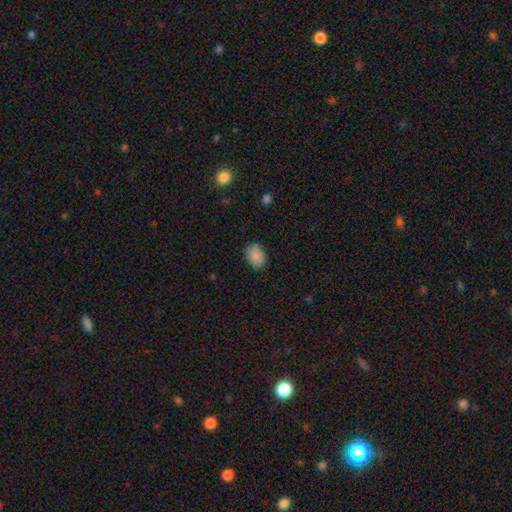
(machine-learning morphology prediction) Q: Smooth or featured?
A: smooth (88%); runner-up: star or artifact (8%)
Q: How rounded?
A: in between (73%); runner-up: round (26%)
Q: Merging?
A: none (84%); runner-up: minor disturbance (12%)